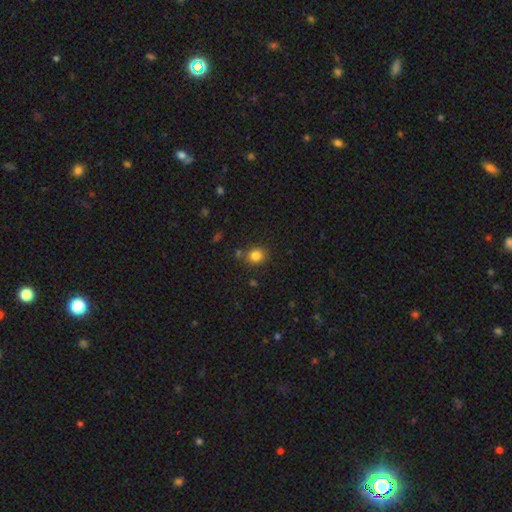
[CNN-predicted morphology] A smooth galaxy with no disk features (83%) that is round (74%). Merging: none (79%).